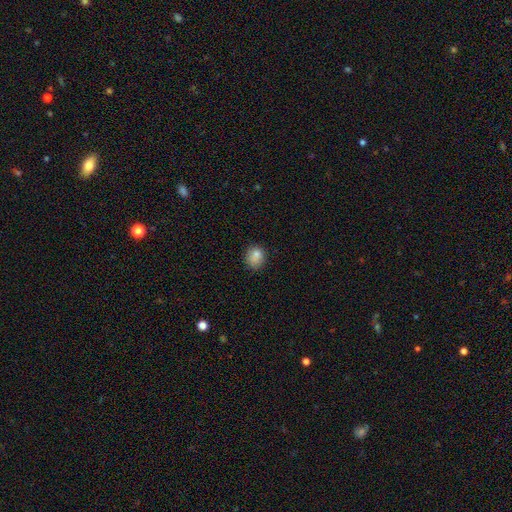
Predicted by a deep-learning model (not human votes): smooth-or-featured: smooth: 83% | star or artifact: 10% | featured or disk: 7%
  how-rounded: round: 72% | in between: 27% | cigar-shaped: 1%
  merging: none: 78% | minor disturbance: 16% | major disturbance: 4% | merger: 2%